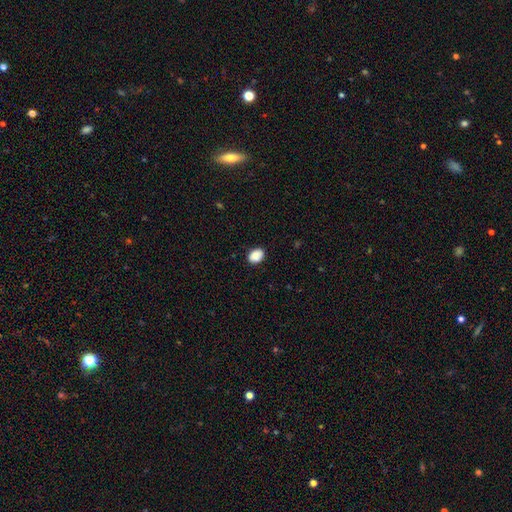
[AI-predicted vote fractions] The model was most divided on "how rounded": in between: 76%, round: 23%, cigar-shaped: 1%. More confident: smooth or featured — smooth (88%); merging — none (83%).